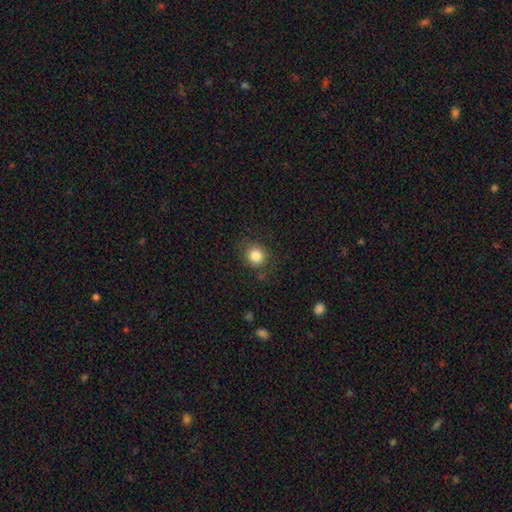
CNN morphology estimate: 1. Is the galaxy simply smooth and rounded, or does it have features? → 83% smooth, 11% star or artifact, 6% featured or disk.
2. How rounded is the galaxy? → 85% round, 14% in between, 1% cigar-shaped.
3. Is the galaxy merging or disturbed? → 82% none, 12% minor disturbance, 4% major disturbance, 1% merger.